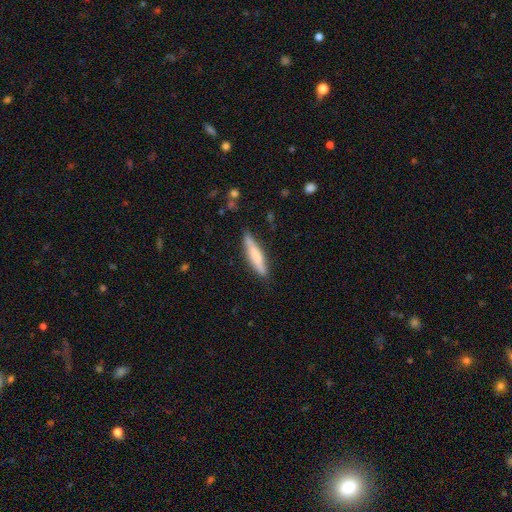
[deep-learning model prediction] This is likely a smooth galaxy (68%). How rounded: clearly cigar-shaped (83%). Merging: likely none (79%).